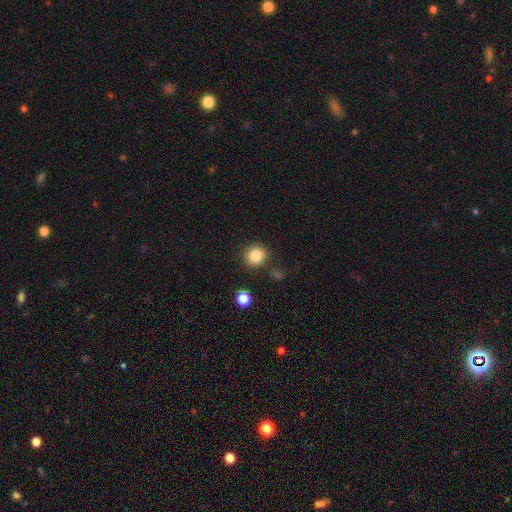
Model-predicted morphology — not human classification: smooth 85%, star or artifact 10%, featured or disk 5%. Down the decision tree: how rounded — round (88%); merging — none (85%).